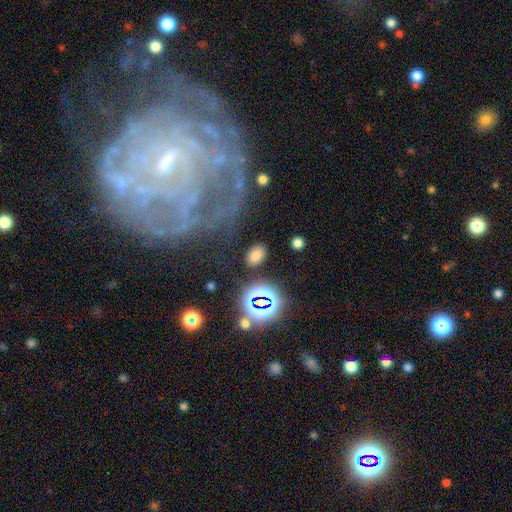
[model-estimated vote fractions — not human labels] The model was most divided on "smooth or featured": smooth: 72%, star or artifact: 20%, featured or disk: 8%. More confident: how rounded — in between (86%); merging — none (85%).